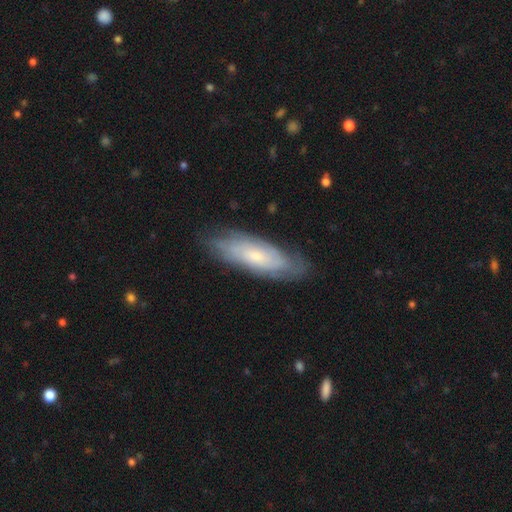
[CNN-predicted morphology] smooth_or_featured: featured or disk (p=0.60) [alt: smooth p=0.33]
disk_edge_on: no (p=0.80) [alt: yes p=0.20]
merging: none (p=0.77) [alt: minor disturbance p=0.18]